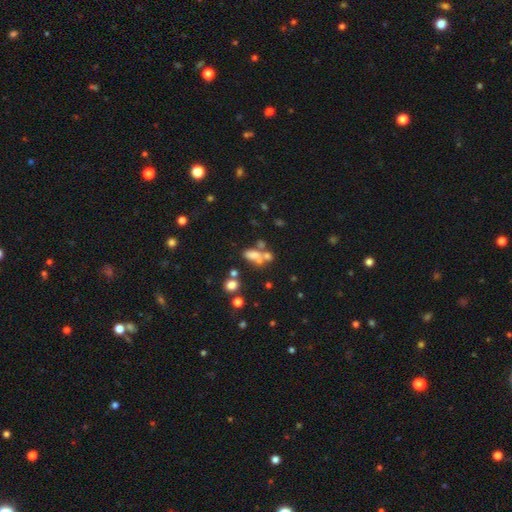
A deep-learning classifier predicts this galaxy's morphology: Smooth or featured?
  - smooth: 60% *
  - featured or disk: 22%
  - star or artifact: 18%
How rounded?
  - in between: 78% *
  - round: 14%
  - cigar-shaped: 8%
Merging?
  - merger: 44% *
  - none: 31%
  - minor disturbance: 13%
  - major disturbance: 12%